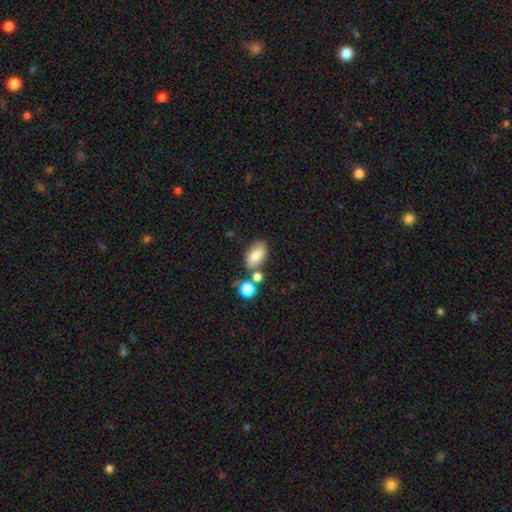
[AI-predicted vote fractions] Smooth or featured?
  - smooth: 79% *
  - featured or disk: 11%
  - star or artifact: 10%
How rounded?
  - in between: 89% *
  - round: 8%
  - cigar-shaped: 3%
Merging?
  - none: 62% *
  - merger: 17%
  - minor disturbance: 16%
  - major disturbance: 5%